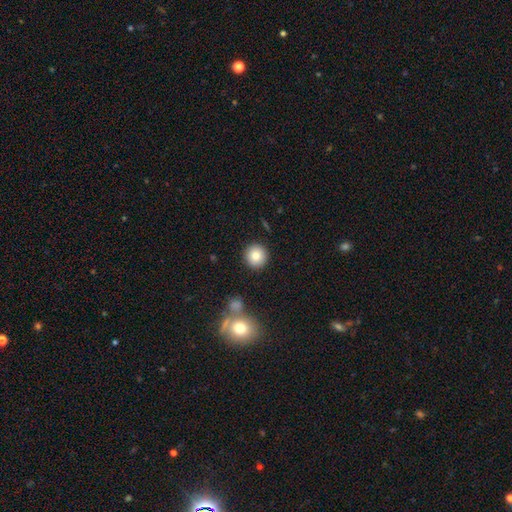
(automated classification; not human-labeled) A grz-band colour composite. It shows a smooth galaxy with no disk features (82%) that is round (94%). Merging: none (90%).